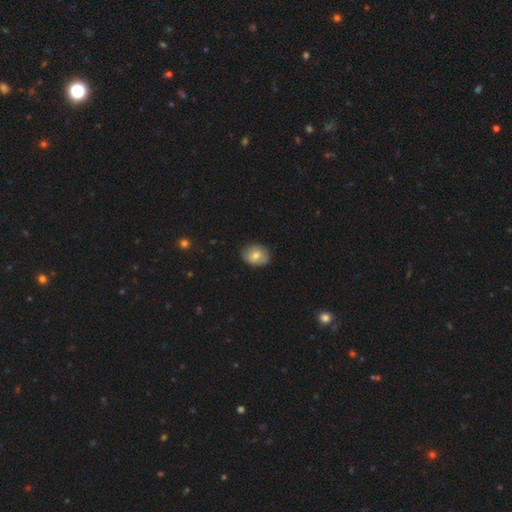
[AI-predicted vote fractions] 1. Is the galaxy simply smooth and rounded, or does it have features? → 71% smooth, 21% featured or disk, 8% star or artifact.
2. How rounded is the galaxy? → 52% in between, 47% round, 1% cigar-shaped.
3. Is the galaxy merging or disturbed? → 81% none, 15% minor disturbance, 3% major disturbance, 1% merger.